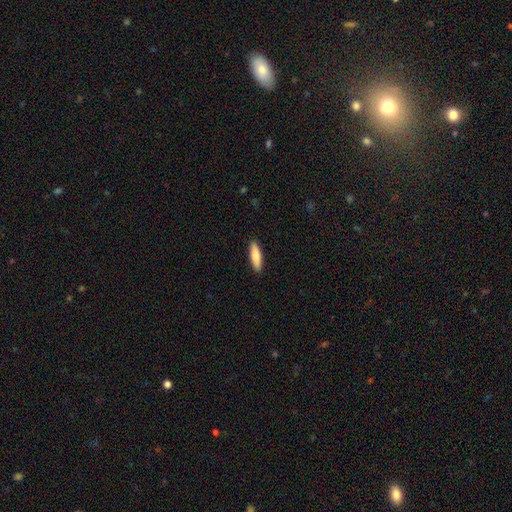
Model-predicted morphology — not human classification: Q: Smooth or featured?
A: smooth (81%); runner-up: featured or disk (14%)
Q: How rounded?
A: cigar-shaped (64%); runner-up: in between (35%)
Q: Merging?
A: none (91%); runner-up: minor disturbance (7%)